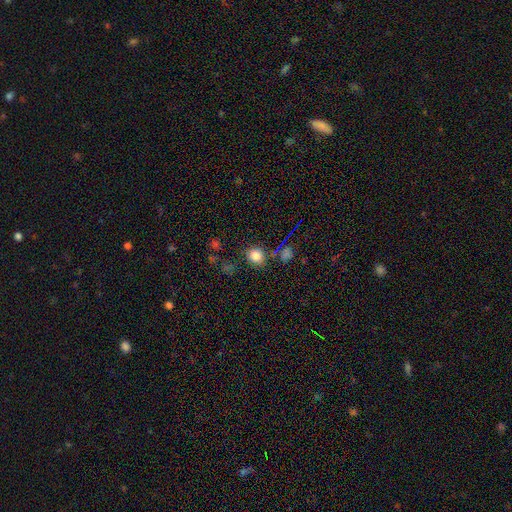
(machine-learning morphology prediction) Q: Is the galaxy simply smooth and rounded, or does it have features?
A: smooth — 81%.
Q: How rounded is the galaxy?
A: round — 72%.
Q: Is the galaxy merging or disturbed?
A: none — 79%.